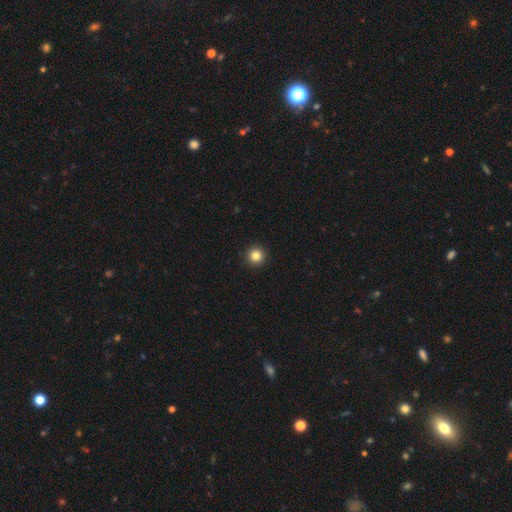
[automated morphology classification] Smooth or featured?
  - smooth: 84% *
  - star or artifact: 11%
  - featured or disk: 5%
How rounded?
  - round: 96% *
  - in between: 3%
  - cigar-shaped: 1%
Merging?
  - none: 94% *
  - minor disturbance: 4%
  - major disturbance: 1%
  - merger: 1%